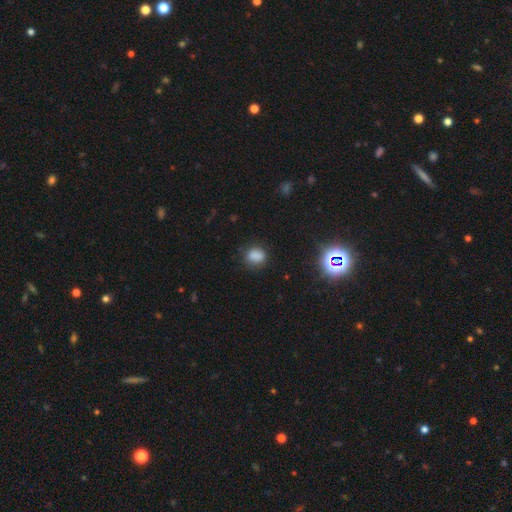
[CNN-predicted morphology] type=smooth (82%); roundness=in between (52%); merging=none (79%).